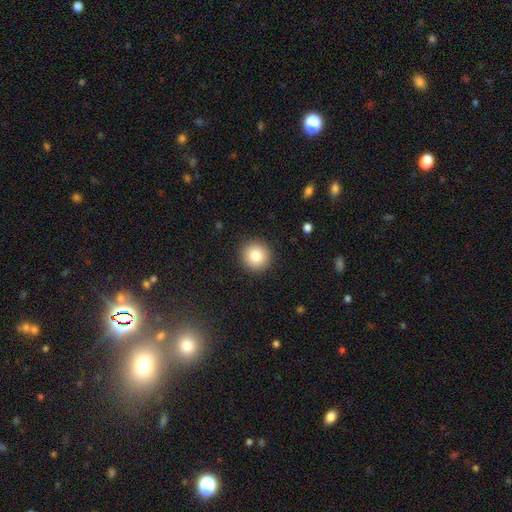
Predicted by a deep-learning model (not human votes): smooth 83%, star or artifact 10%, featured or disk 8%. Down the decision tree: how rounded — round (94%); merging — none (92%).